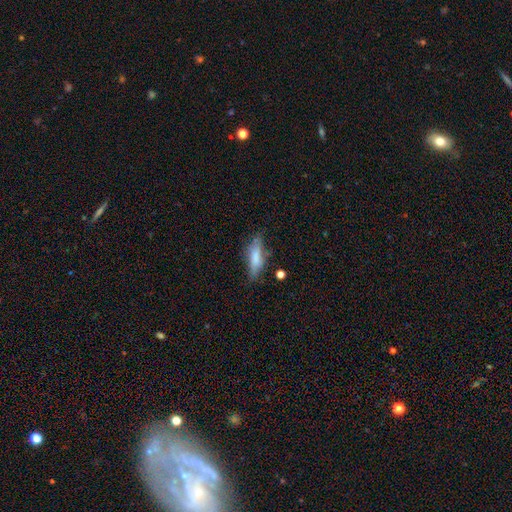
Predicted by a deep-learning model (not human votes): Smooth or featured? smooth (67%)
How rounded? cigar-shaped (51%)
Merging? none (64%)